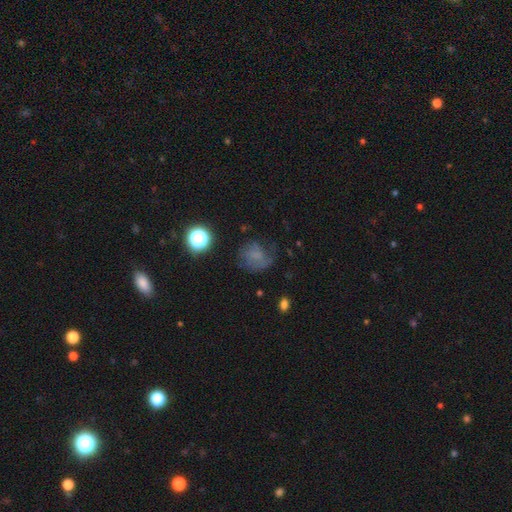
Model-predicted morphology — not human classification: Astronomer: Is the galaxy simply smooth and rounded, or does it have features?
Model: smooth — 50% (runner-up: featured or disk, 30%).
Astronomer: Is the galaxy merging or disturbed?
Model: none — 50%.